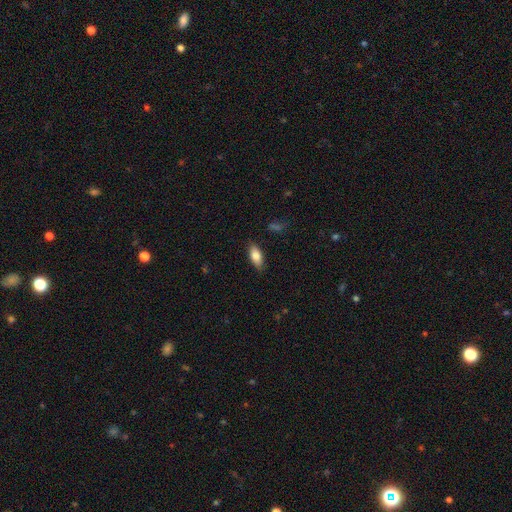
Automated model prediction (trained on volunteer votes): A smooth galaxy with no disk features (81%) that is in between round and cigar-shaped (84%).

Vote fractions:
- Smooth or featured? smooth: 81% / featured or disk: 12% / star or artifact: 7%
- How rounded? in between: 84% / cigar-shaped: 14% / round: 2%
- Merging? none: 86% / minor disturbance: 11% / major disturbance: 2% / merger: 1%